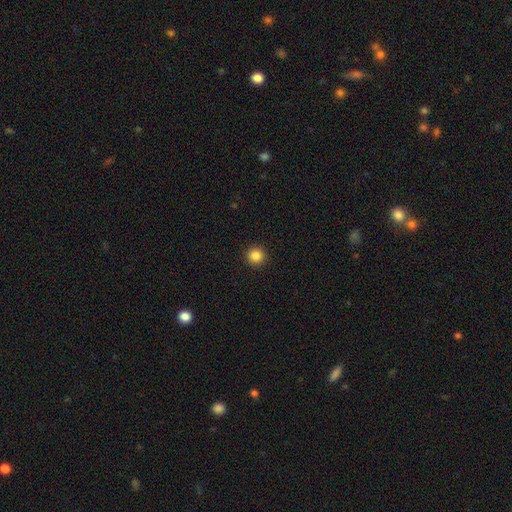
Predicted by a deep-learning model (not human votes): Smooth or featured? Predicted: smooth (p=0.85). How rounded? Predicted: round (p=0.95). Merging? Predicted: none (p=0.93).